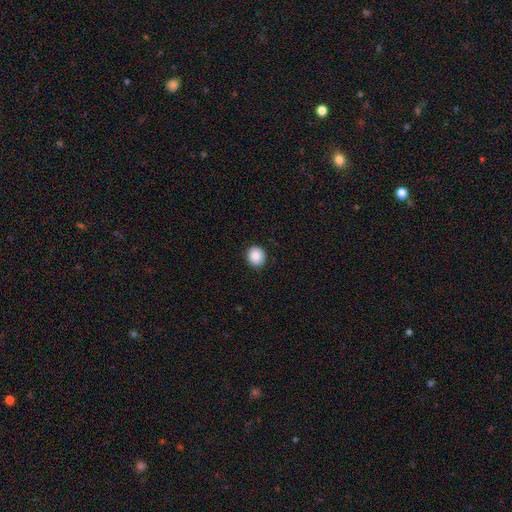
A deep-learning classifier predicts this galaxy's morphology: smooth_or_featured: smooth (p=0.89) [alt: star or artifact p=0.08]
how_rounded: round (p=0.78) [alt: in between p=0.21]
merging: none (p=0.90) [alt: minor disturbance p=0.08]